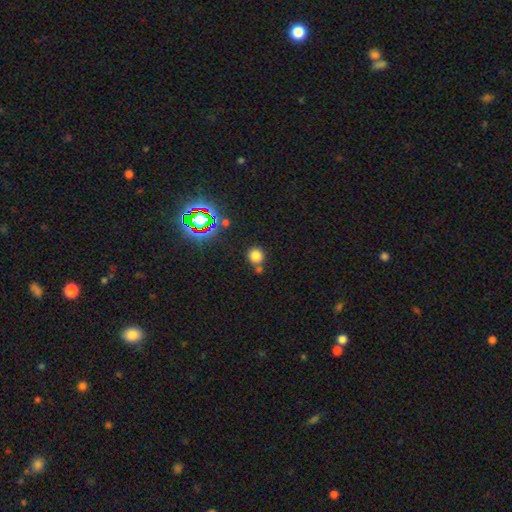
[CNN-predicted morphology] Smooth or featured: smooth — 75% (star or artifact — 18%)
How rounded: round — 89% (in between — 9%)
Merging: none — 68% (merger — 19%)